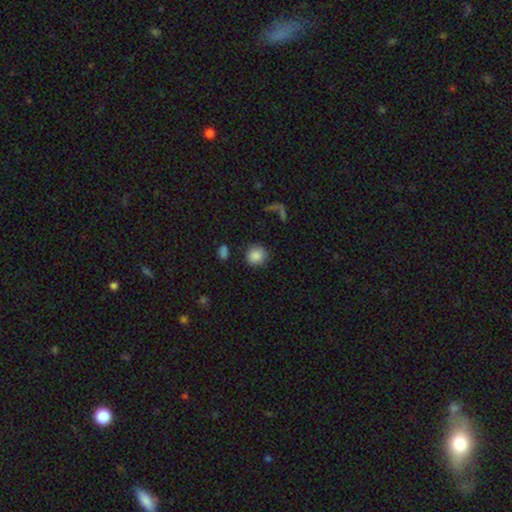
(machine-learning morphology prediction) Smooth or featured?
  - smooth: 86% *
  - star or artifact: 9%
  - featured or disk: 5%
How rounded?
  - round: 90% *
  - in between: 9%
  - cigar-shaped: 1%
Merging?
  - none: 86% *
  - minor disturbance: 8%
  - major disturbance: 4%
  - merger: 3%